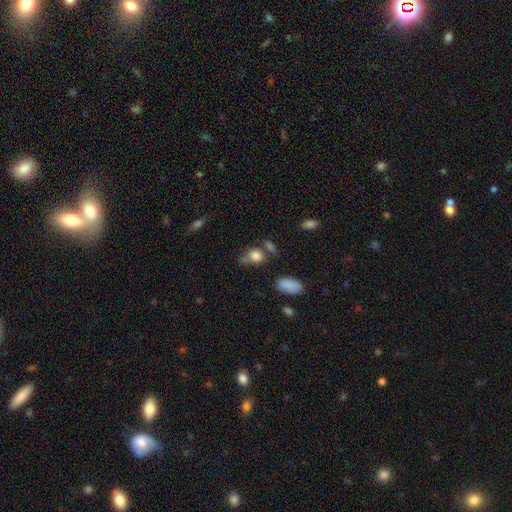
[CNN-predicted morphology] smooth-or-featured: smooth: 79% | featured or disk: 11% | star or artifact: 10%
  how-rounded: in between: 49% | round: 48% | cigar-shaped: 3%
  merging: none: 45% | minor disturbance: 27% | merger: 14% | major disturbance: 13%